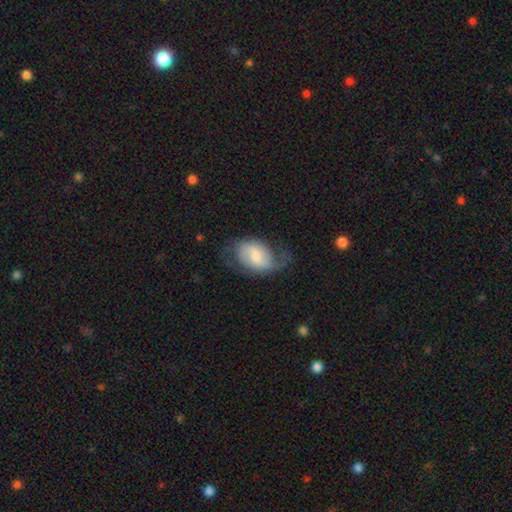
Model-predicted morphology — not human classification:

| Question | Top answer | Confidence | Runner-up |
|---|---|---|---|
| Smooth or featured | featured or disk | 56% | smooth (37%) |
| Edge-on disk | no | 96% | yes (4%) |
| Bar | no | 45% | weak (44%) |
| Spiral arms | yes | 84% | no (16%) |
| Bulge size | moderate | 46% | small (42%) |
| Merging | none | 52% | minor disturbance (27%) |